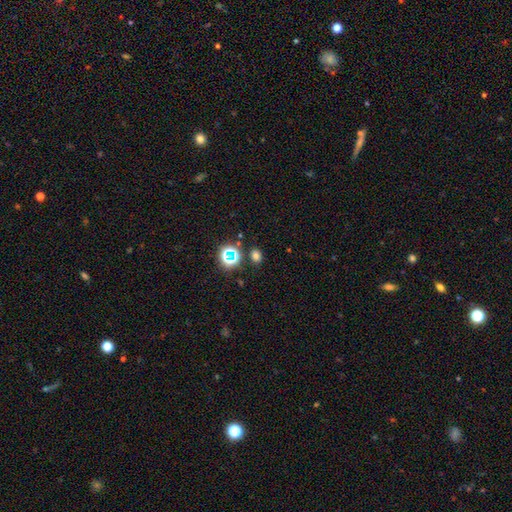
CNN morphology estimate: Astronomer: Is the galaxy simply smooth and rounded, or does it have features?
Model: smooth — 67%.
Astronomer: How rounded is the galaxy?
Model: in between — 53% (runner-up: round, 46%).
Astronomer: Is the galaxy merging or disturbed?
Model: none — 83%.